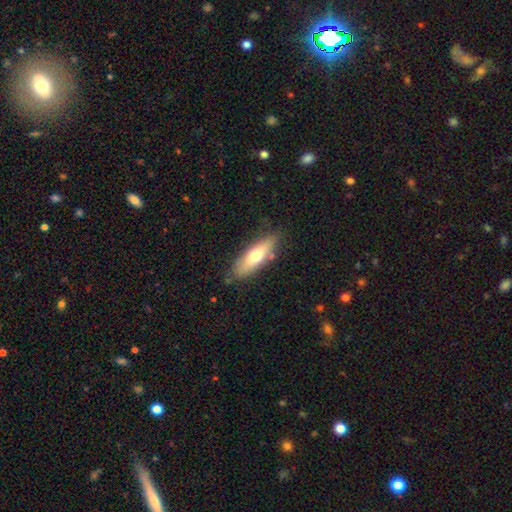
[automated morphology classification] Q: Smooth or featured?
A: smooth (64%); runner-up: featured or disk (29%)
Q: How rounded?
A: in between (51%); runner-up: cigar-shaped (46%)
Q: Merging?
A: none (78%); runner-up: minor disturbance (15%)